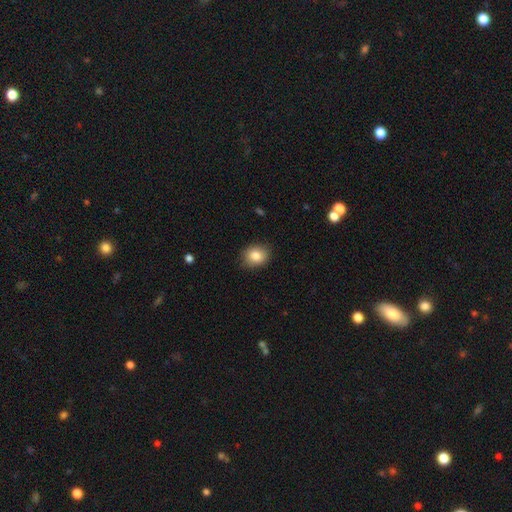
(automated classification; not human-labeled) The model was most divided on "how rounded": round: 52%, in between: 47%, cigar-shaped: 1%. More confident: merging — none (85%); smooth or featured — smooth (84%).